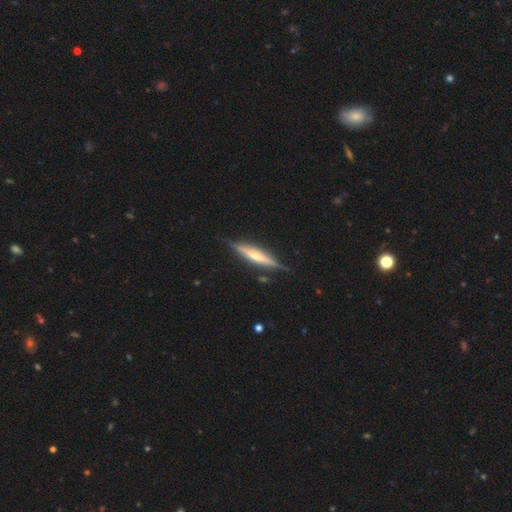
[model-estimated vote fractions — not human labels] This appears to be a featured or disk galaxy (68%) viewed edge-on (96%) with a rounded central bulge (61%). Merging: none (84%).